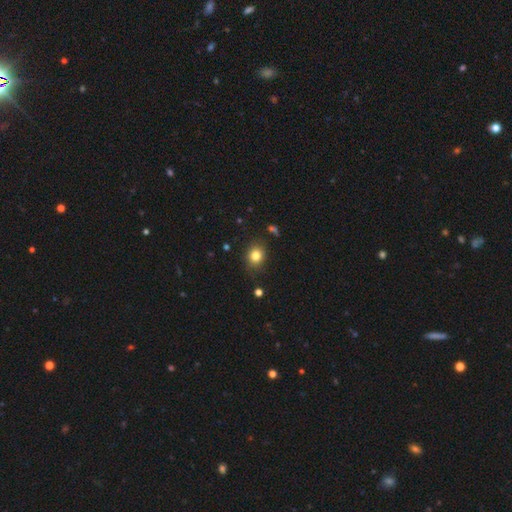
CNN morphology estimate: Overall: smooth (81%). How rounded: round (65%; in between 34%). Merging: none (83%).